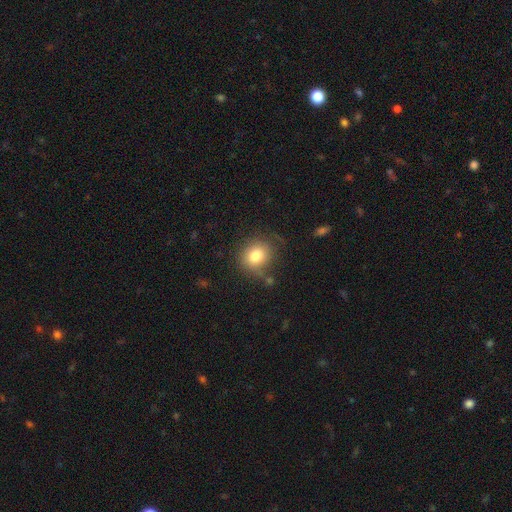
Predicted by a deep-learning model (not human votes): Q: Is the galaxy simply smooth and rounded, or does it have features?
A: smooth — 80%.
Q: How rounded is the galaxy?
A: round — 74%.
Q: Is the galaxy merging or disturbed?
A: none — 74%.